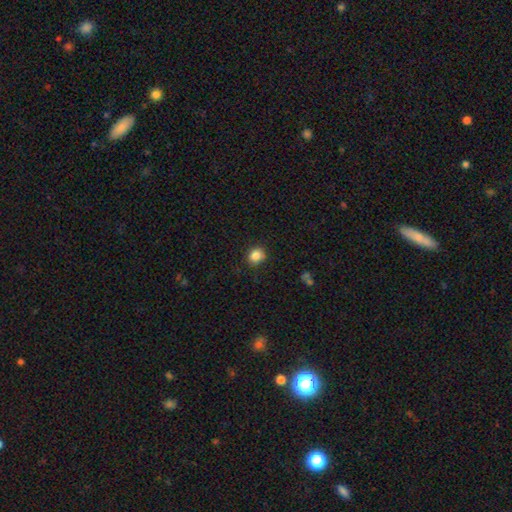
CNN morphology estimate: Smooth or featured? smooth (85%)
How rounded? round (77%)
Merging? none (86%)